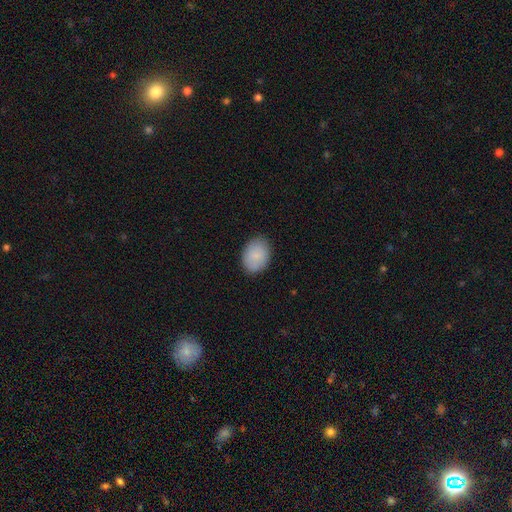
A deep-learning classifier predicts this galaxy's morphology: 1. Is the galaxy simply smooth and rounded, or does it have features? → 87% smooth, 7% featured or disk, 6% star or artifact.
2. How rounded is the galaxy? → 72% in between, 27% round, 1% cigar-shaped.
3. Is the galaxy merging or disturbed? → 85% none, 11% minor disturbance, 2% major disturbance, 1% merger.